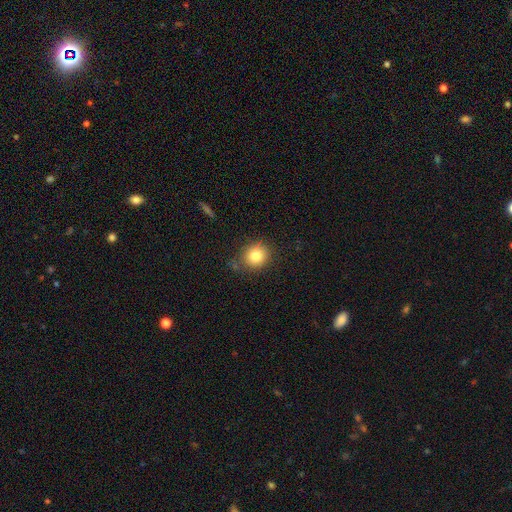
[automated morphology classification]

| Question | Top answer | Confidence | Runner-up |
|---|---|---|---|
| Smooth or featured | smooth | 82% | star or artifact (10%) |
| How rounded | round | 80% | in between (19%) |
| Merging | none | 77% | minor disturbance (16%) |